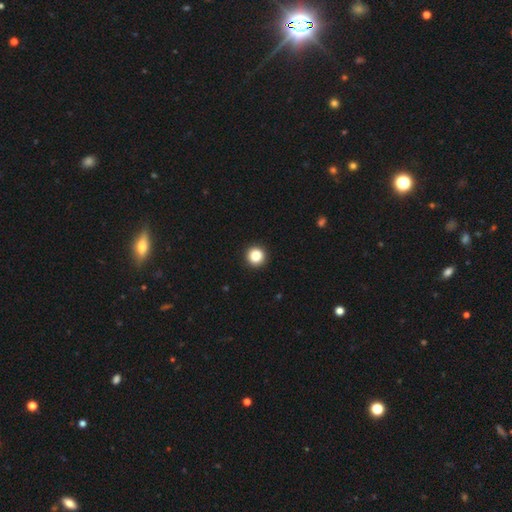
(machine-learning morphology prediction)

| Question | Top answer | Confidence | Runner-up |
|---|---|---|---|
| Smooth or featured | smooth | 86% | star or artifact (10%) |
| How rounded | round | 96% | in between (3%) |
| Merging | none | 94% | minor disturbance (4%) |